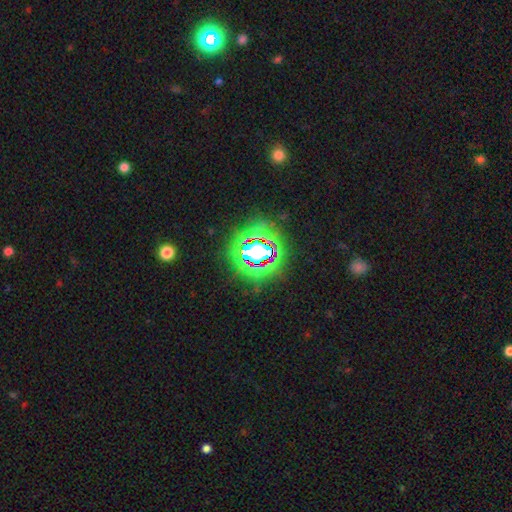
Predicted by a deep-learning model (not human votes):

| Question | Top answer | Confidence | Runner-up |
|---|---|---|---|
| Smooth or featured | star or artifact | 82% | smooth (11%) |